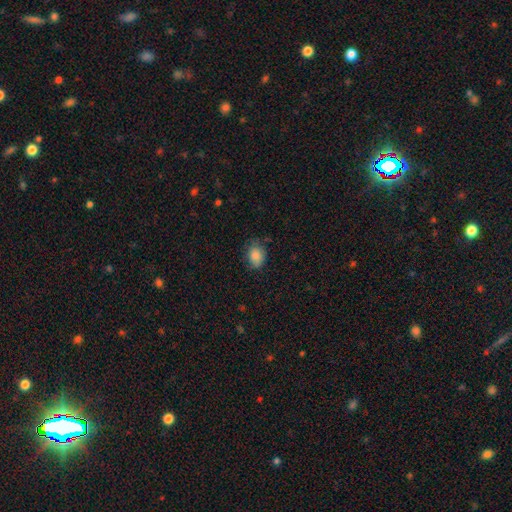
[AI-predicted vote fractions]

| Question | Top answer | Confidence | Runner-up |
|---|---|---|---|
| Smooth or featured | smooth | 85% | star or artifact (8%) |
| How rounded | in between | 62% | round (37%) |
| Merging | none | 66% | minor disturbance (26%) |